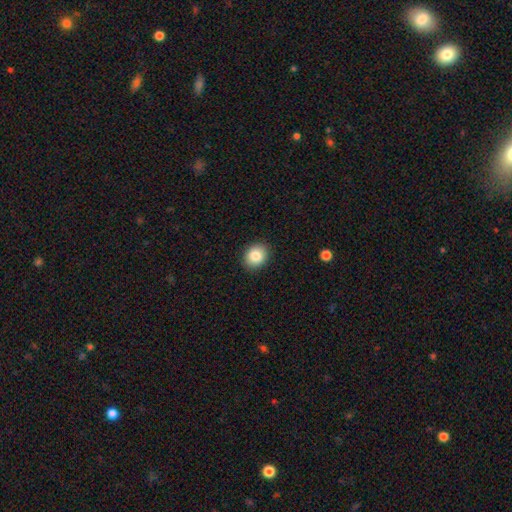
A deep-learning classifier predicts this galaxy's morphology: Smooth or featured? Predicted: smooth (p=0.85). How rounded? Predicted: round (p=0.65). Merging? Predicted: none (p=0.90).